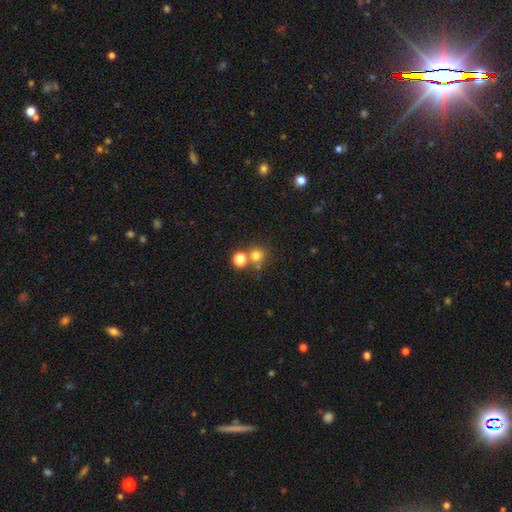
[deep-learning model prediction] smooth 74%, star or artifact 17%, featured or disk 9%. Down the decision tree: how rounded — round (88%); merging — none (62%).